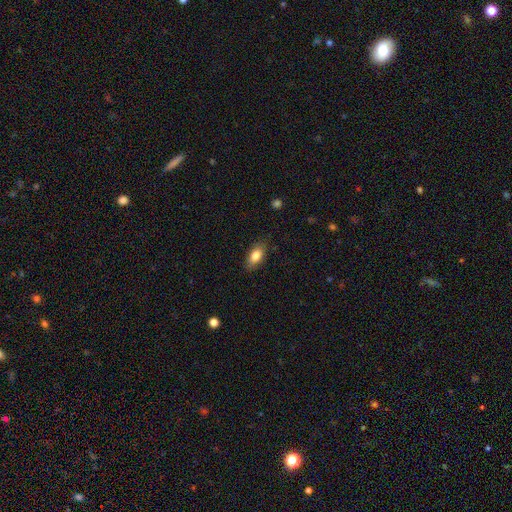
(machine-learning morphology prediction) Smooth or featured? Predicted: smooth (p=0.81). How rounded? Predicted: in between (p=0.87). Merging? Predicted: none (p=0.84).